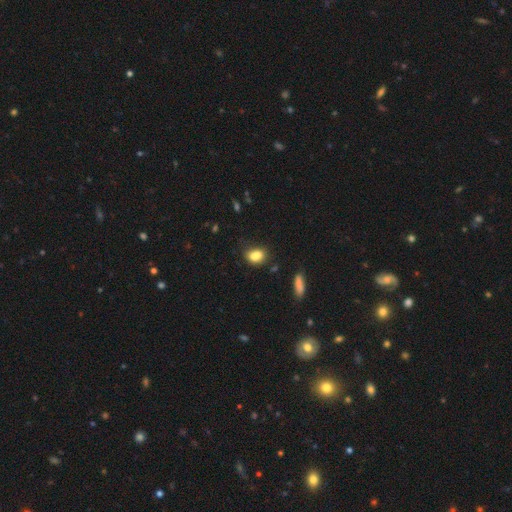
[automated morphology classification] Smooth or featured? Predicted: smooth (p=0.82). How rounded? Predicted: in between (p=0.73). Merging? Predicted: none (p=0.60).